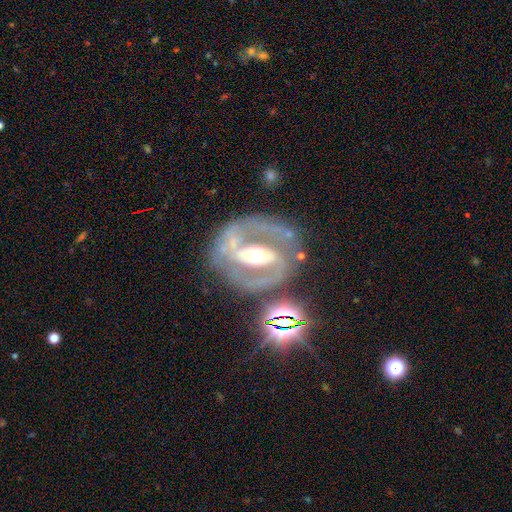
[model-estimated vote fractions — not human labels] Smooth or featured: featured or disk — 85% (smooth — 8%)
Edge-on disk: no — 96% (yes — 4%)
Bar: strong — 58% (weak — 27%)
Spiral arms: yes — 86% (no — 14%)
Spiral winding: medium — 50% (tight — 37%)
Spiral arm count: 2 — 86% (can't tell — 6%)
Bulge size: moderate — 69% (small — 15%)
Merging: none — 70% (minor disturbance — 16%)